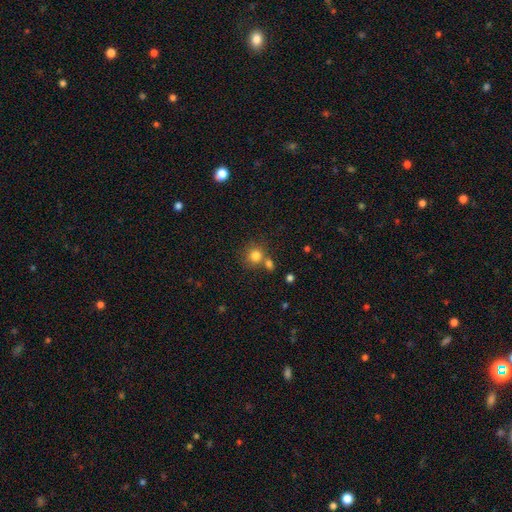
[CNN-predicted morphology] This appears to be a smooth galaxy with no disk features (81%) that is round (86%). Merging: none (60%).